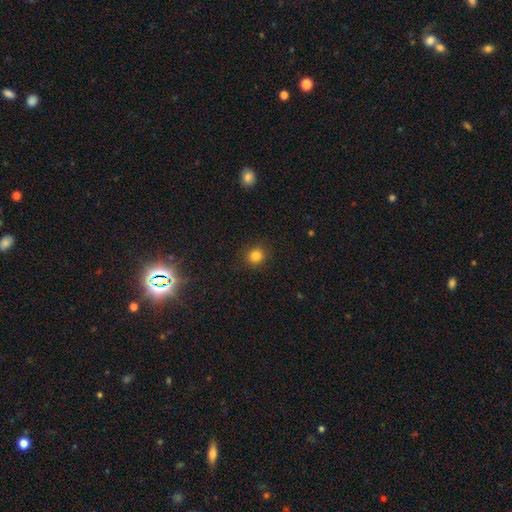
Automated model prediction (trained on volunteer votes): Smooth or featured? smooth (82%)
How rounded? round (88%)
Merging? none (89%)